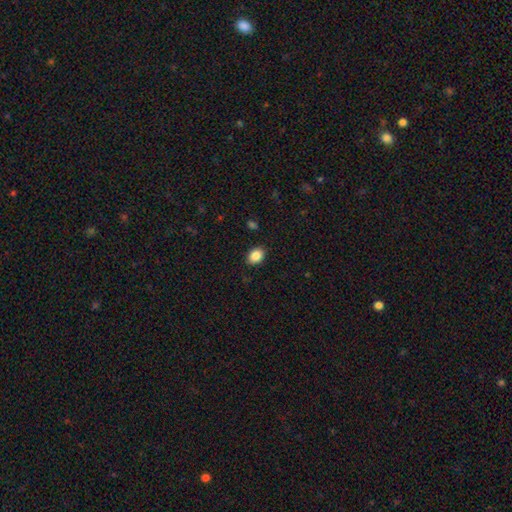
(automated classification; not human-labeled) This is clearly a smooth galaxy (87%). How rounded: likely in between (70%). Merging: clearly none (88%).